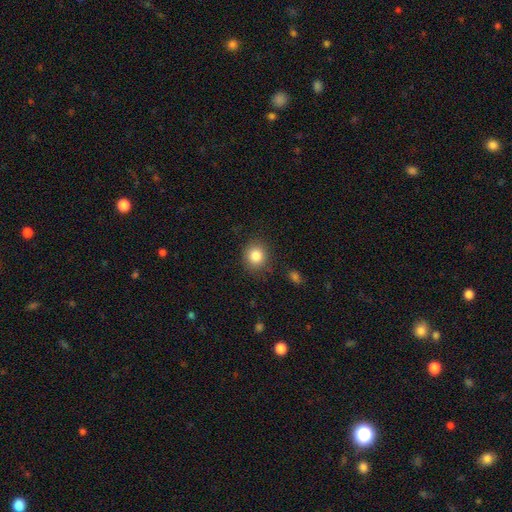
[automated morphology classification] This appears to be a smooth galaxy with no disk features (84%) that is round (85%). Merging: none (86%).